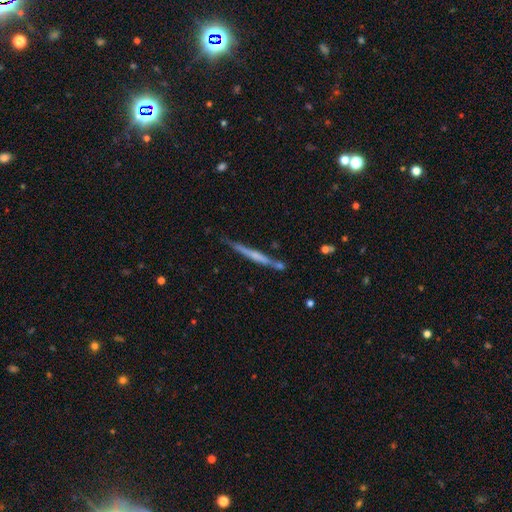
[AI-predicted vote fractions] Overall: featured or disk (55%; smooth 39%). Edge-on disk: yes (96%). Edge-on bulge: none (65%). Merging: none (72%).